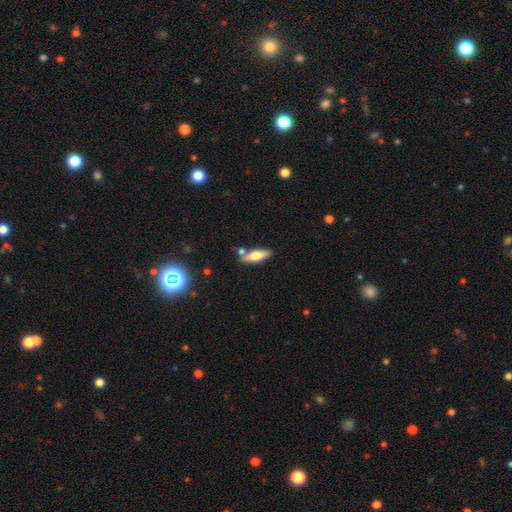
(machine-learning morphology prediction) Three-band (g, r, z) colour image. It shows a smooth galaxy with no disk features (55%) that is in between round and cigar-shaped (51%). Merging: none (72%).